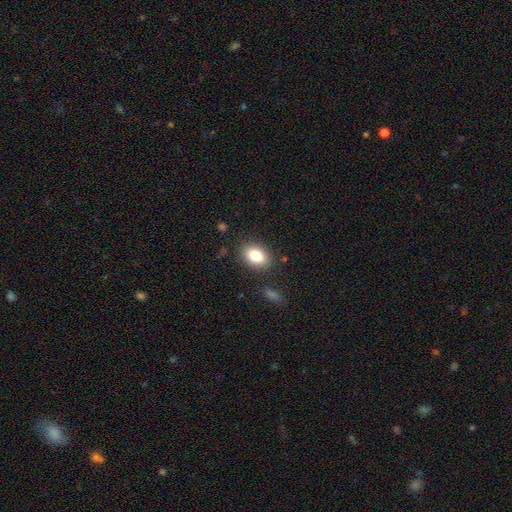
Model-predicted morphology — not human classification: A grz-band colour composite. It shows a smooth galaxy with no disk features (82%) that is in between round and cigar-shaped (80%). Merging: none (84%).